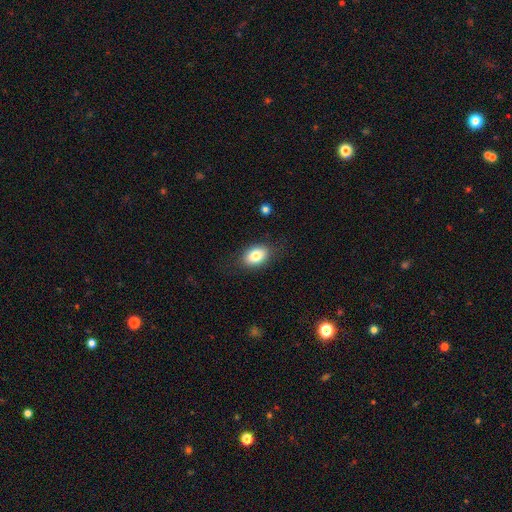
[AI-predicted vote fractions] This is clearly a smooth galaxy (83%). How rounded: clearly in between (83%). Merging: clearly none (82%).